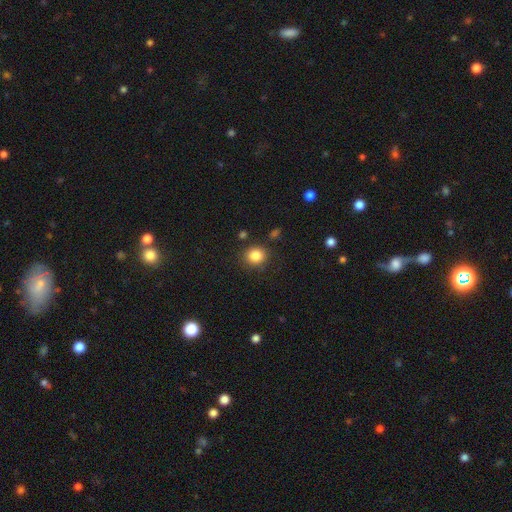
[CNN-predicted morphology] smooth-or-featured: smooth: 84% | star or artifact: 11% | featured or disk: 5%
  how-rounded: round: 83% | in between: 16% | cigar-shaped: 1%
  merging: none: 85% | minor disturbance: 9% | major disturbance: 3% | merger: 3%